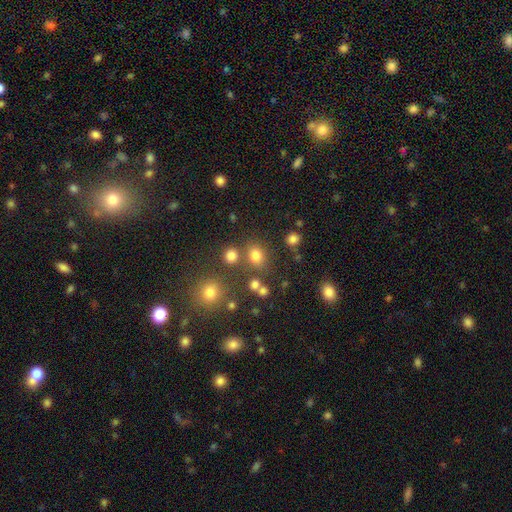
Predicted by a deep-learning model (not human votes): smooth 76%, star or artifact 17%, featured or disk 7%. Down the decision tree: how rounded — round (64%); merging — none (70%).